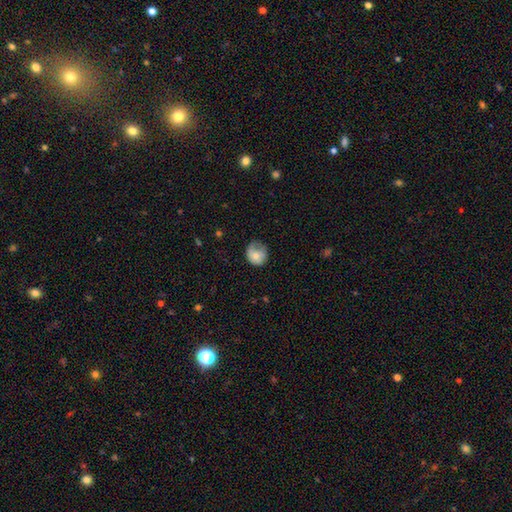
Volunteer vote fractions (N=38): Smooth or featured?
  - smooth: 84% *
  - featured or disk: 11%
  - star or artifact: 5%
How rounded?
  - round: 75% *
  - in between: 25%
  - cigar-shaped: 0%
Merging?
  - none: 39% *
  - minor disturbance: 36%
  - major disturbance: 22%
  - merger: 3%